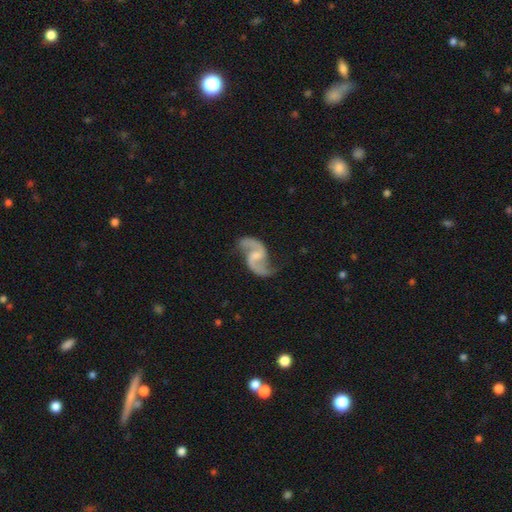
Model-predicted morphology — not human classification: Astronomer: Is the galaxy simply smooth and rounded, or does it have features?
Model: featured or disk — 92%.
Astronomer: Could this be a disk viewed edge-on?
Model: no — 98%.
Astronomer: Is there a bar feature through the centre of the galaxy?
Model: weak — 54% (runner-up: no, 29%).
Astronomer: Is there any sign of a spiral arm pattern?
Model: yes — 98%.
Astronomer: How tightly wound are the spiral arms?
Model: loose — 59% (runner-up: medium, 35%).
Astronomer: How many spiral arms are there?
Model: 2 — 94%.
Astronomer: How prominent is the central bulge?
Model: small — 41% (runner-up: moderate, 30%).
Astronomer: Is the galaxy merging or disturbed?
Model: none — 75%.